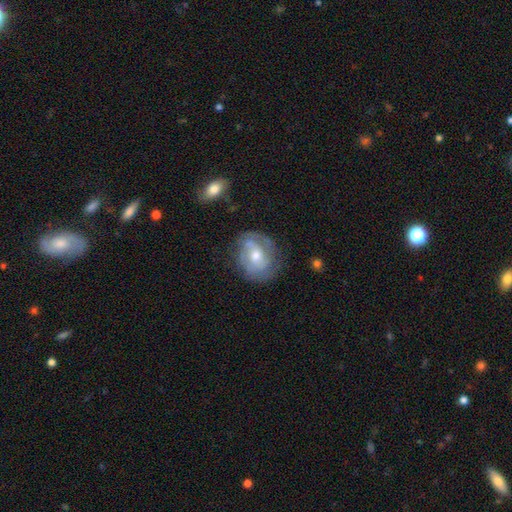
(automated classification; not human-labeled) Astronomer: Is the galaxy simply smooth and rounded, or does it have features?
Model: featured or disk — 69%.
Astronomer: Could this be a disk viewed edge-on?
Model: no — 97%.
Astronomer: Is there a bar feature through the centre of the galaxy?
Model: no — 63%.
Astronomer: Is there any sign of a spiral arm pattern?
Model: yes — 82%.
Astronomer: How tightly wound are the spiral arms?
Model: tight — 54% (runner-up: medium, 33%).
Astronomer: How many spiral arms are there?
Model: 2 — 39% (runner-up: can't tell, 35%).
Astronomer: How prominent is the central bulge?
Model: moderate — 63%.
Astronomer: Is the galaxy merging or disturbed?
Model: none — 67%.